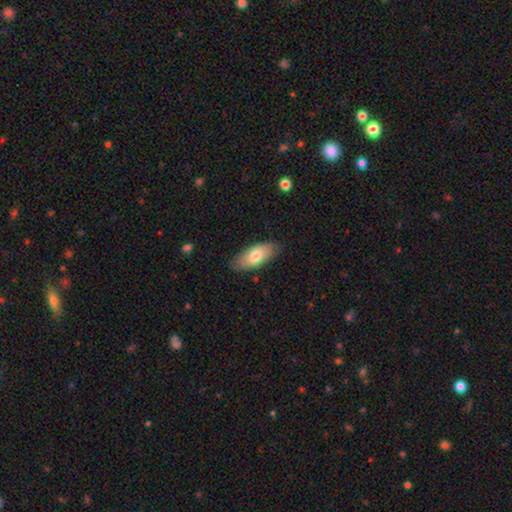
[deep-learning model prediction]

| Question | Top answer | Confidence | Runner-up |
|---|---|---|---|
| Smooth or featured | smooth | 74% | featured or disk (20%) |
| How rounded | in between | 89% | cigar-shaped (9%) |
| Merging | none | 81% | minor disturbance (15%) |